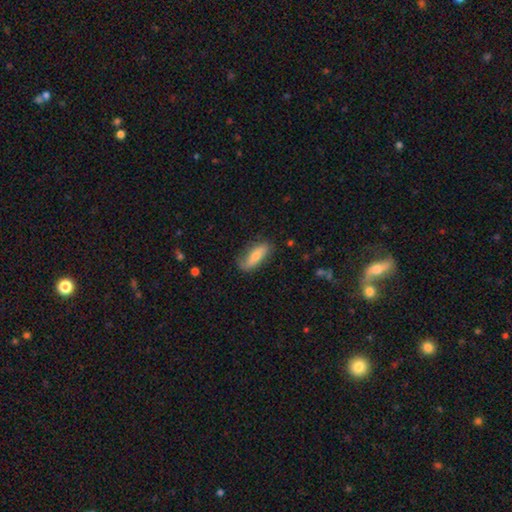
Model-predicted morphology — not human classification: type=smooth (61%); roundness=in between (62%); merging=none (70%).